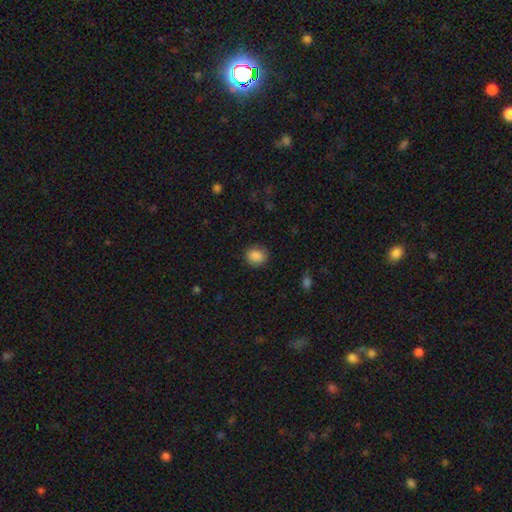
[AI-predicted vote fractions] Smooth or featured?
  - smooth: 88% *
  - star or artifact: 9%
  - featured or disk: 3%
How rounded?
  - round: 66% *
  - in between: 33%
  - cigar-shaped: 1%
Merging?
  - none: 87% *
  - minor disturbance: 9%
  - major disturbance: 3%
  - merger: 1%